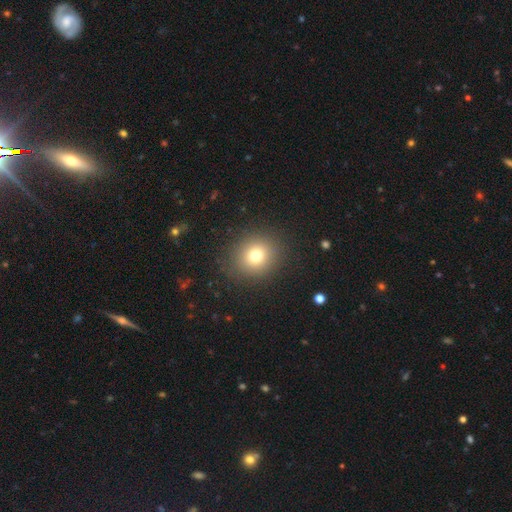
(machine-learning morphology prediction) Smooth or featured: smooth — 75% (star or artifact — 15%)
How rounded: round — 82% (in between — 17%)
Merging: none — 88% (minor disturbance — 7%)